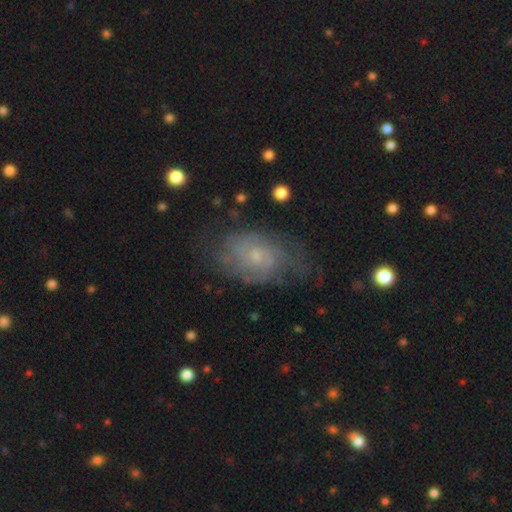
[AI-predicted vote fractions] A featured or disk galaxy (67%) with no bar (76%), tight (52%) spiral arms (83%) and a small central bulge (67%). Merging: none (62%).